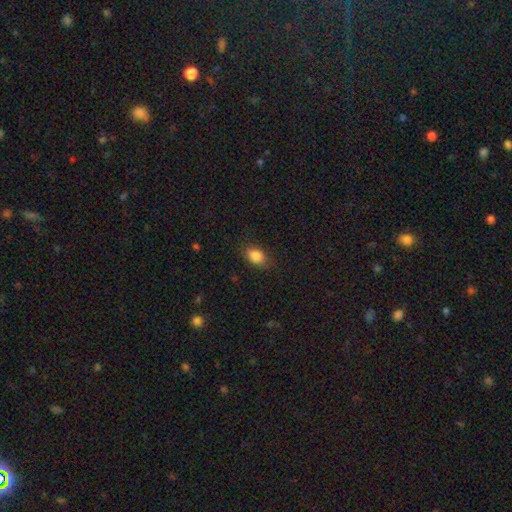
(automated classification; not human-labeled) Smooth or featured?
  - smooth: 86% *
  - star or artifact: 9%
  - featured or disk: 5%
How rounded?
  - in between: 81% *
  - round: 17%
  - cigar-shaped: 2%
Merging?
  - none: 81% *
  - minor disturbance: 14%
  - major disturbance: 4%
  - merger: 1%